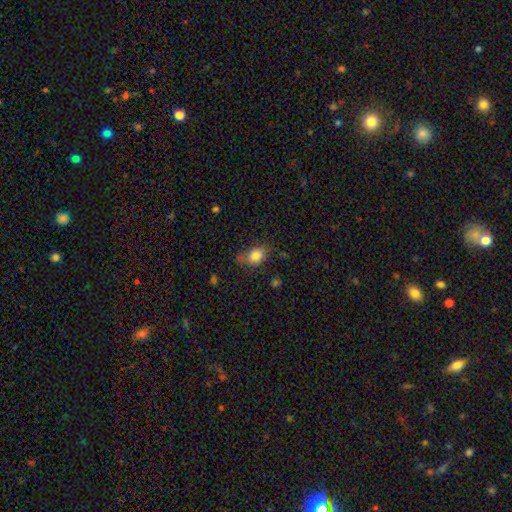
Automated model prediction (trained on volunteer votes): A smooth galaxy with no disk features (82%) that is in between round and cigar-shaped (66%). Merging: none (61%).